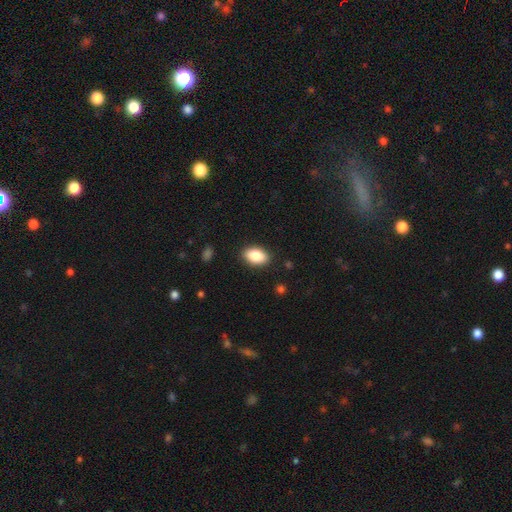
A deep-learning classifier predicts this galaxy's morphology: Smooth or featured: smooth — 87% (star or artifact — 7%)
How rounded: in between — 92% (round — 7%)
Merging: none — 88% (minor disturbance — 9%)